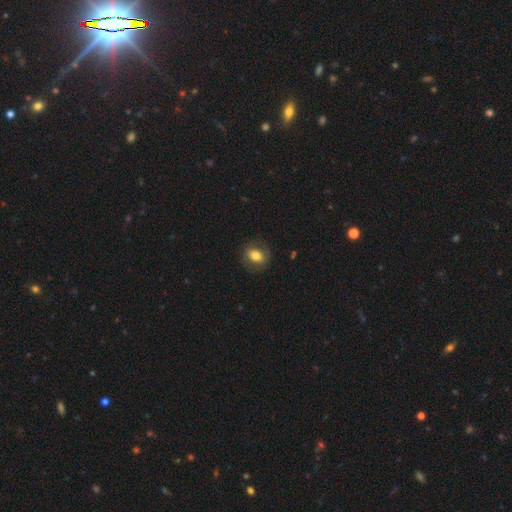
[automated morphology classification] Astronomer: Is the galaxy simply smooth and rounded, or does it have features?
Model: smooth — 69%.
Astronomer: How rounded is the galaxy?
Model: in between — 60% (runner-up: round, 38%).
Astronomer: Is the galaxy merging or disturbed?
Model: none — 80%.